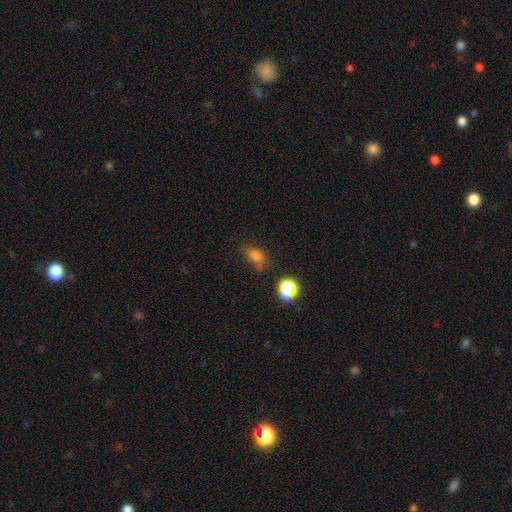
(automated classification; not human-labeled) This is likely a smooth galaxy (72%). How rounded: likely in between (76%). Merging: possibly none (56%).